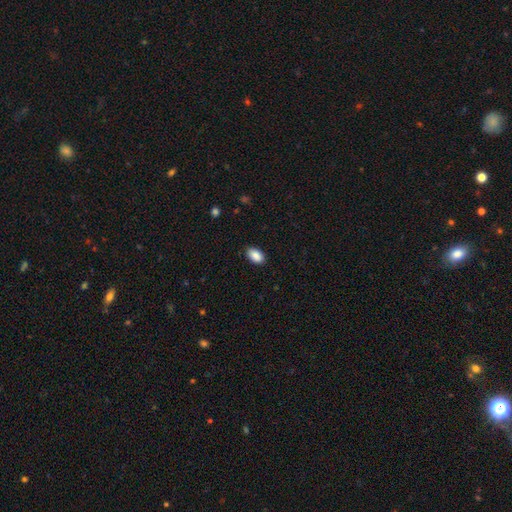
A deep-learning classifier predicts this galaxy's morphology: Smooth or featured?
  - smooth: 89% *
  - star or artifact: 7%
  - featured or disk: 4%
How rounded?
  - in between: 93% *
  - round: 5%
  - cigar-shaped: 2%
Merging?
  - none: 88% *
  - minor disturbance: 9%
  - major disturbance: 2%
  - merger: 1%